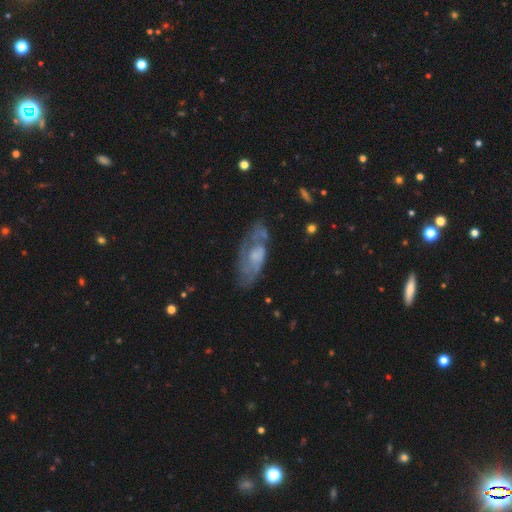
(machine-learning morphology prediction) A featured or disk galaxy (65%) with no bar (70%), spiral arms (72%) and a moderate central bulge (35%).

Vote fractions:
- Smooth or featured? featured or disk: 65% / smooth: 27% / star or artifact: 8%
- Edge-on disk? no: 87% / yes: 13%
- Bar? no: 70% / weak: 26% / strong: 4%
- Spiral arms? yes: 72% / no: 28%
- Bulge size? moderate: 35% / small: 27% / none: 24% / large: 12% / dominant: 2%
- Merging? none: 61% / minor disturbance: 23% / major disturbance: 13% / merger: 4%